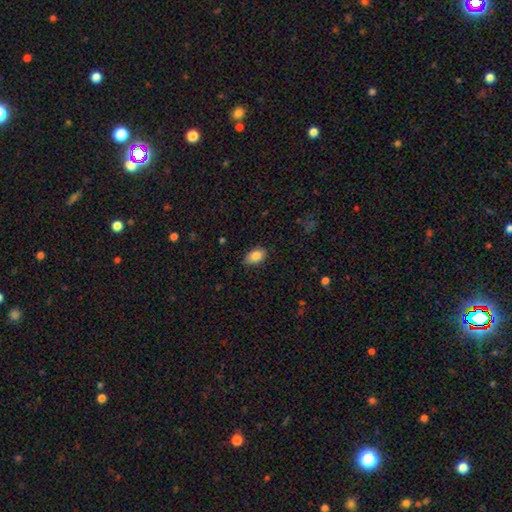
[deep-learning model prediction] The model was most divided on "merging": none: 81%, minor disturbance: 16%, major disturbance: 2%, merger: 1%. More confident: how rounded — in between (89%); smooth or featured — smooth (85%).